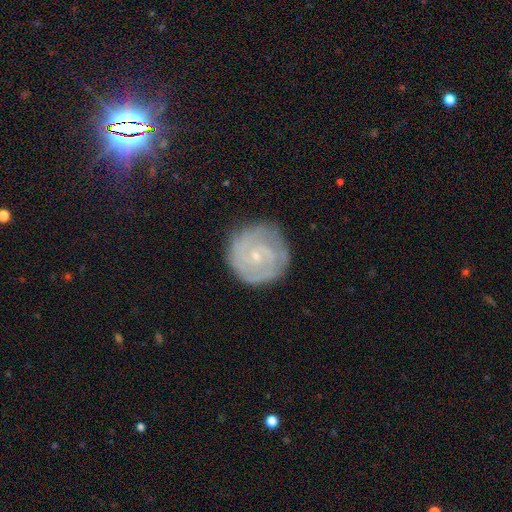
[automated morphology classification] type=featured or disk (77%); edge-on=no (98%); bar=no (69%); spiral arms=yes (92%); winding=tight (73%); arm count=2 (40%); bulge=small (82%); merging=none (81%).